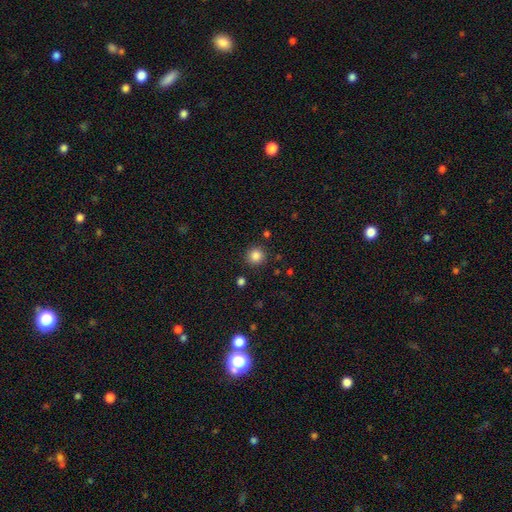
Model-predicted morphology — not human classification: This appears to be a smooth galaxy with no disk features (85%) that is round (94%). Merging: none (88%).